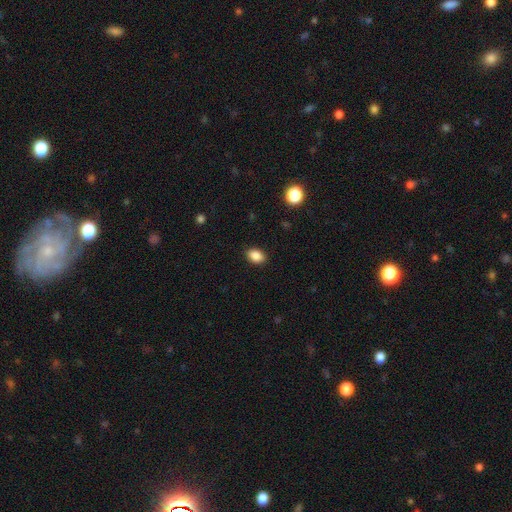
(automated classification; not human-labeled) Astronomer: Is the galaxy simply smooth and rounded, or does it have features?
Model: smooth — 88%.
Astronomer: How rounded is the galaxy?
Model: in between — 79%.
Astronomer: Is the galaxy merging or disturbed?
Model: none — 88%.